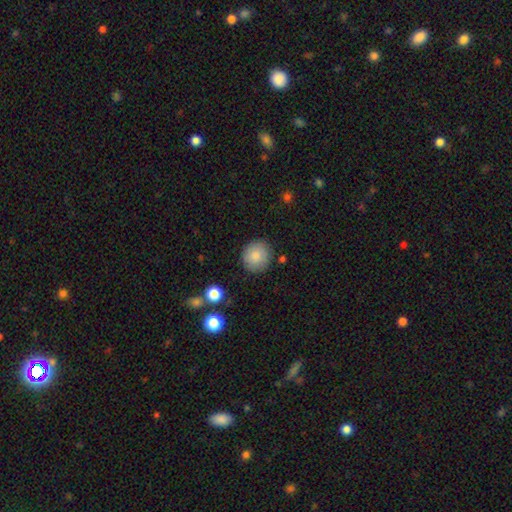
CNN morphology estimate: This is clearly a smooth galaxy (86%). How rounded: clearly round (89%). Merging: clearly none (87%).